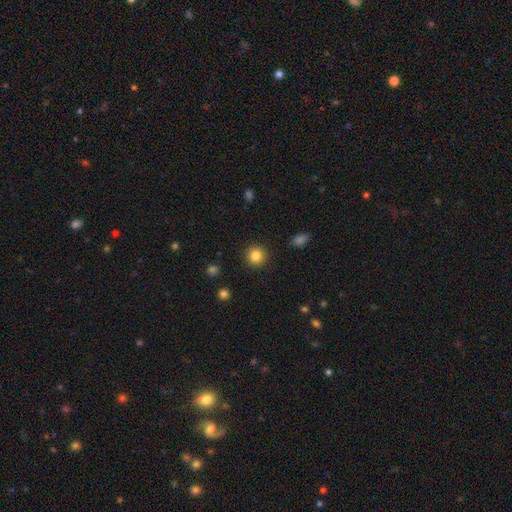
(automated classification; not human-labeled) smooth 84%, star or artifact 11%, featured or disk 5%. Down the decision tree: how rounded — round (93%); merging — none (91%).